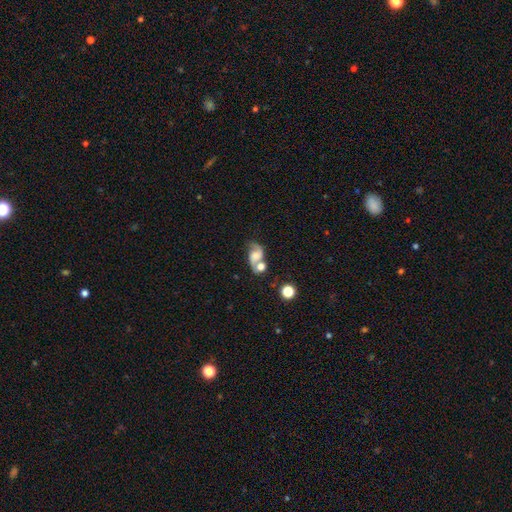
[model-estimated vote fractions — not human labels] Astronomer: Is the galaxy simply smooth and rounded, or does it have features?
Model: featured or disk — 67%.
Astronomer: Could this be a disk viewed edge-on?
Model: no — 97%.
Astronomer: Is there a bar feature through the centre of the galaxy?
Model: no — 57% (runner-up: weak, 34%).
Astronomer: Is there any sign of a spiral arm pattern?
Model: yes — 88%.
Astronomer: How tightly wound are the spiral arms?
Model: loose — 54% (runner-up: medium, 37%).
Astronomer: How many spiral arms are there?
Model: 2 — 86%.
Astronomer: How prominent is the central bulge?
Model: moderate — 33% (runner-up: small, 23%).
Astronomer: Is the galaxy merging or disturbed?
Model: merger — 39% (runner-up: none, 36%).